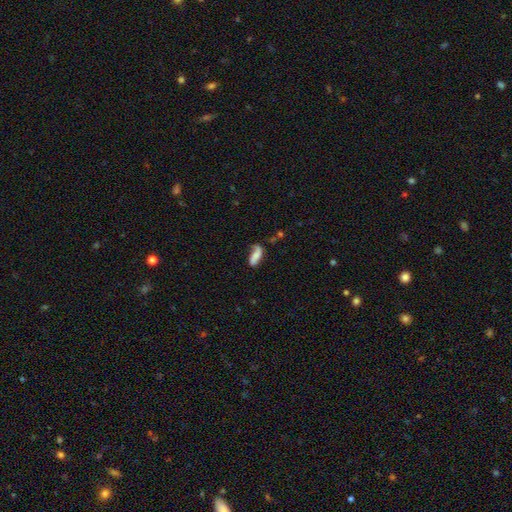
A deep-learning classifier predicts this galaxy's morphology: type=smooth (52%); roundness=in between (75%); merging=none (47%).